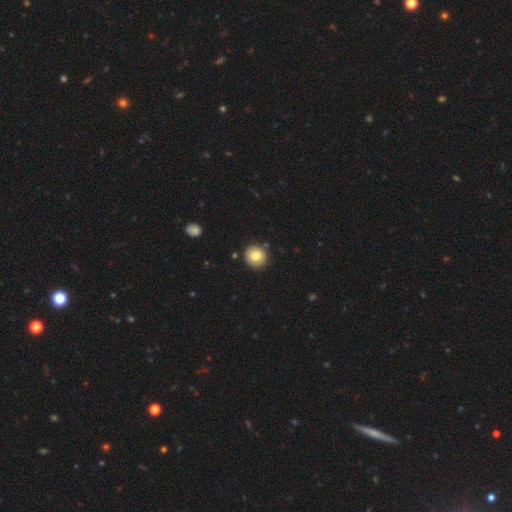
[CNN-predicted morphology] Smooth or featured?
  - smooth: 80% *
  - featured or disk: 11%
  - star or artifact: 9%
How rounded?
  - round: 89% *
  - in between: 10%
  - cigar-shaped: 1%
Merging?
  - none: 89% *
  - minor disturbance: 7%
  - merger: 2%
  - major disturbance: 2%